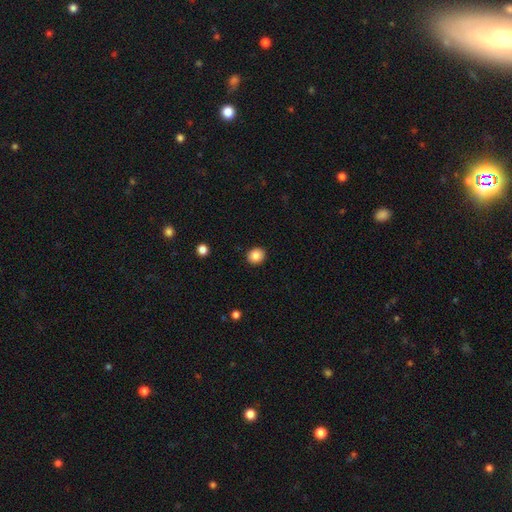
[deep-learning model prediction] A smooth galaxy with no disk features (86%) that is round (77%).

Vote fractions:
- Smooth or featured? smooth: 86% / star or artifact: 9% / featured or disk: 5%
- How rounded? round: 77% / in between: 22% / cigar-shaped: 1%
- Merging? none: 91% / minor disturbance: 6% / major disturbance: 2% / merger: 1%